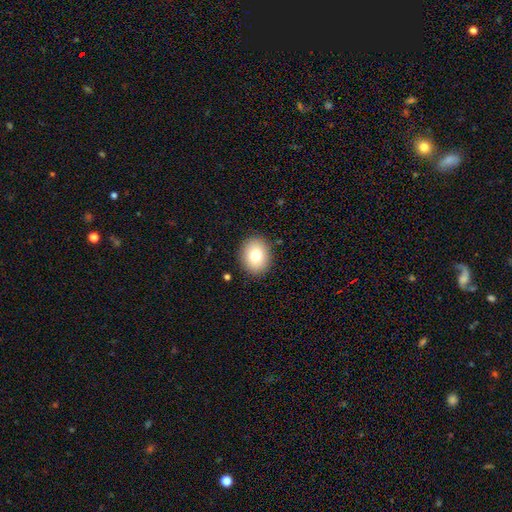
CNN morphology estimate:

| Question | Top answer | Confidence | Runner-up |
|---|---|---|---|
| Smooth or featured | smooth | 77% | featured or disk (13%) |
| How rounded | round | 60% | in between (39%) |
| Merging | none | 89% | minor disturbance (7%) |